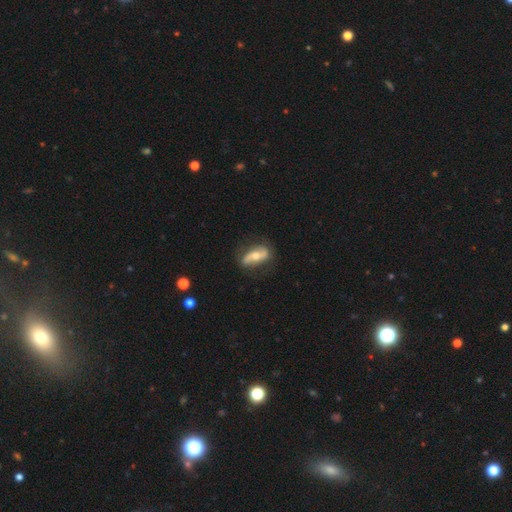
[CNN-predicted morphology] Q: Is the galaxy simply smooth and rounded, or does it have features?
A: featured or disk — 66%.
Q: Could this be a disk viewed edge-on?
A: no — 81%.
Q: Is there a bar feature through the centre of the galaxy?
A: strong — 40%.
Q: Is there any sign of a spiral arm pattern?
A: yes — 78%.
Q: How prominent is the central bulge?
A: moderate — 62%.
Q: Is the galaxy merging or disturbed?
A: none — 75%.